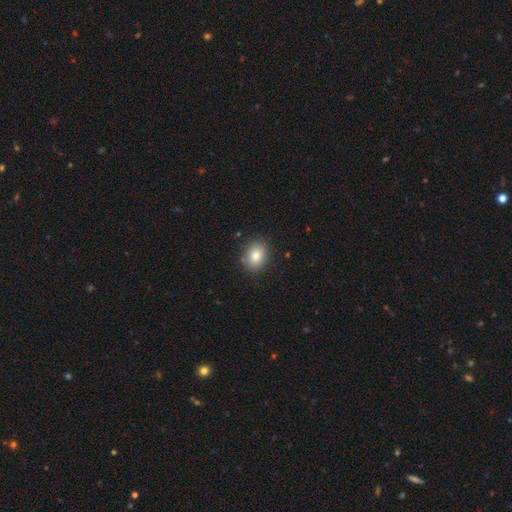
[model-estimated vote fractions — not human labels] smooth-or-featured: smooth: 83% | star or artifact: 9% | featured or disk: 8%
  how-rounded: in between: 52% | round: 47% | cigar-shaped: 1%
  merging: none: 85% | minor disturbance: 11% | major disturbance: 3% | merger: 1%